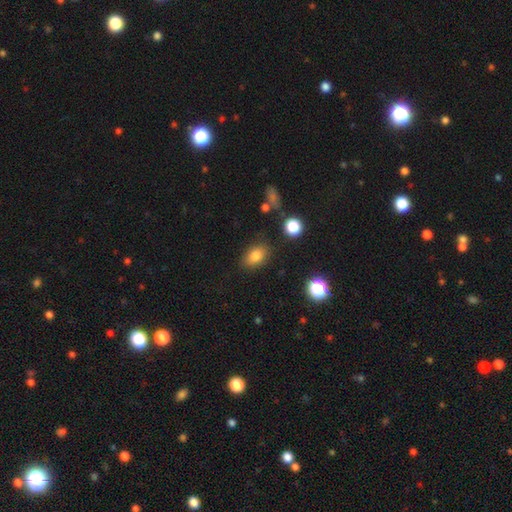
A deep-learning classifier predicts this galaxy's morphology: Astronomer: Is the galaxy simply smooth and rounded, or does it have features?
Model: smooth — 81%.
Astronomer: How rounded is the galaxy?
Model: in between — 80%.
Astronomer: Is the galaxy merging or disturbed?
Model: none — 80%.